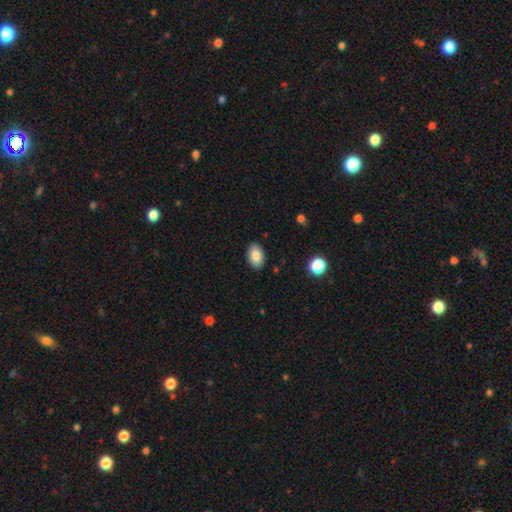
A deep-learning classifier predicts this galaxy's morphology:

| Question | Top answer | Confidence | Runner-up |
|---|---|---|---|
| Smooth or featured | smooth | 84% | featured or disk (9%) |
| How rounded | in between | 89% | round (10%) |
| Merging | none | 88% | minor disturbance (9%) |